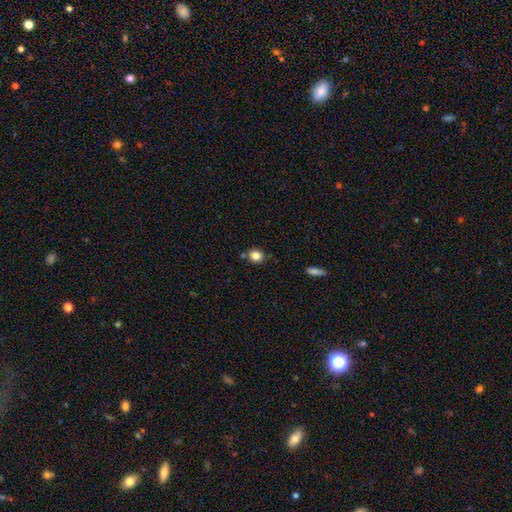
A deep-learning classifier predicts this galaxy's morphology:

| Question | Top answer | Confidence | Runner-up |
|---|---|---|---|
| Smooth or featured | smooth | 82% | star or artifact (11%) |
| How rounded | round | 73% | in between (26%) |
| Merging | none | 76% | minor disturbance (13%) |